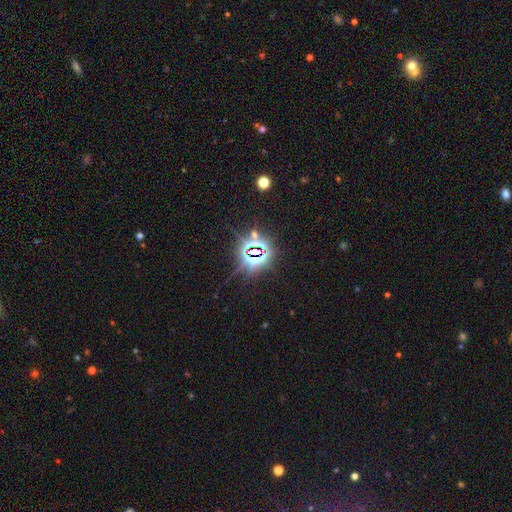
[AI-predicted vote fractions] smooth_or_featured: star or artifact (p=0.81) [alt: smooth p=0.10]